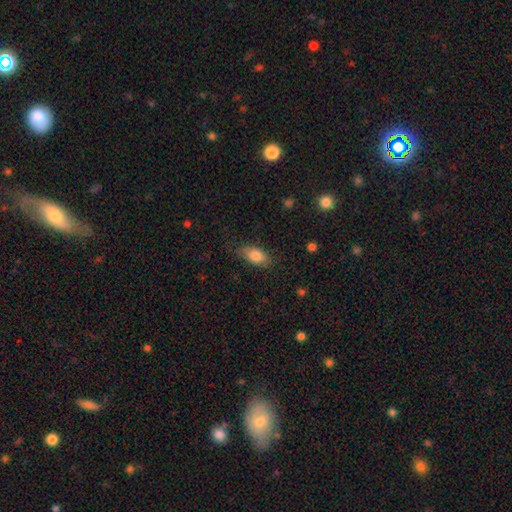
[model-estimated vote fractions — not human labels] This is clearly a smooth galaxy (82%). How rounded: clearly in between (88%). Merging: likely none (76%).